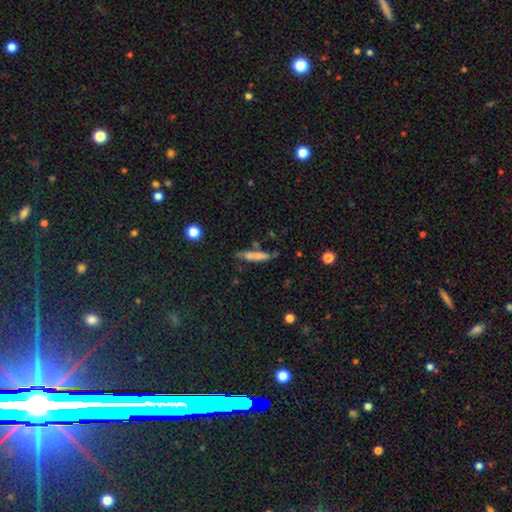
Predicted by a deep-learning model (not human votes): Overall: smooth (67%). How rounded: cigar-shaped (86%). Merging: none (67%).